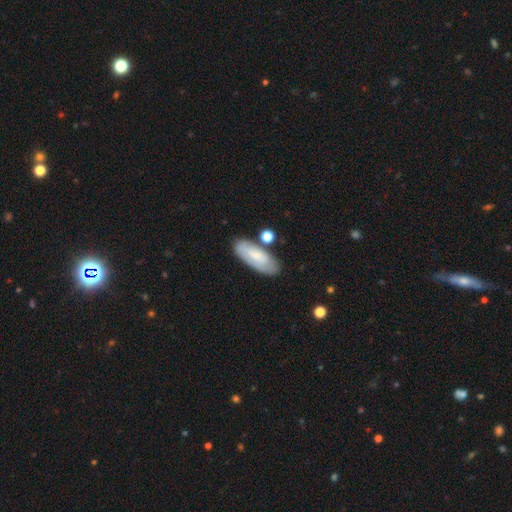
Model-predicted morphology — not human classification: A smooth galaxy with no disk features (64%) that is in between round and cigar-shaped (75%).

Vote fractions:
- Smooth or featured? smooth: 64% / featured or disk: 29% / star or artifact: 7%
- How rounded? in between: 75% / cigar-shaped: 23% / round: 3%
- Merging? none: 70% / minor disturbance: 16% / merger: 10% / major disturbance: 4%